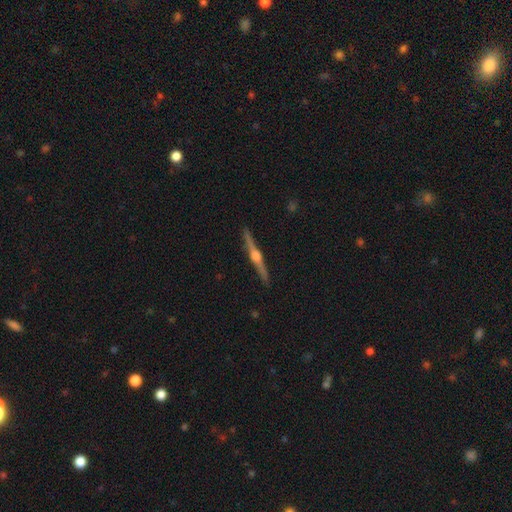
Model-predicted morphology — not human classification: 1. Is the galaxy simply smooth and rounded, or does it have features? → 86% featured or disk, 9% smooth, 5% star or artifact.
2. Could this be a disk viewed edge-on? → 99% yes, 1% no.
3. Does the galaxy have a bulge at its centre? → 92% rounded, 5% boxy, 3% none.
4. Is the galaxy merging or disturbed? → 92% none, 5% minor disturbance, 1% major disturbance, 1% merger.